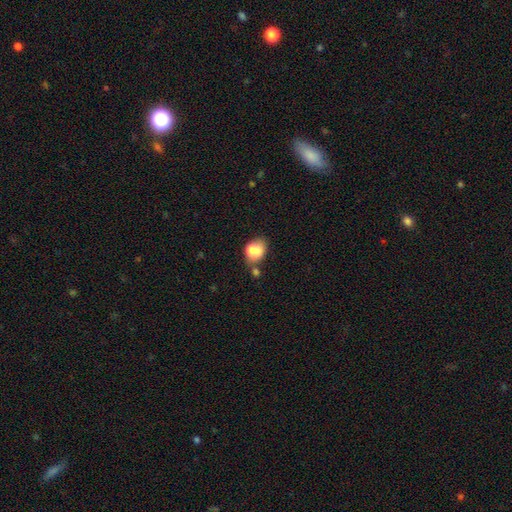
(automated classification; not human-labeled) This appears to be a smooth galaxy with no disk features (71%) that is in between round and cigar-shaped (61%). Merging: none (40%).